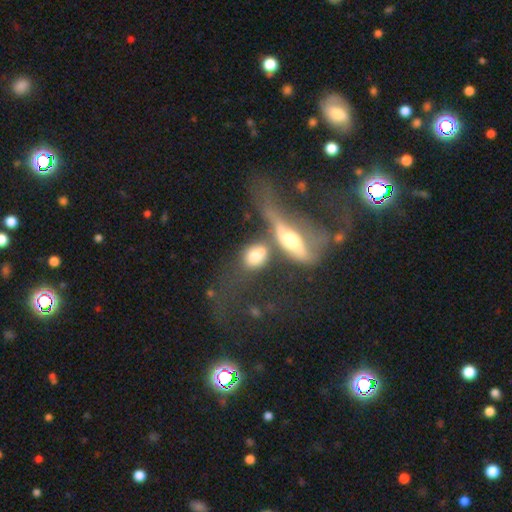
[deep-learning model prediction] A smooth galaxy with no disk features (62%) that is in between round and cigar-shaped (68%).

Vote fractions:
- Smooth or featured? smooth: 62% / featured or disk: 29% / star or artifact: 9%
- How rounded? in between: 68% / round: 25% / cigar-shaped: 7%
- Merging? merger: 58% / none: 20% / major disturbance: 13% / minor disturbance: 9%